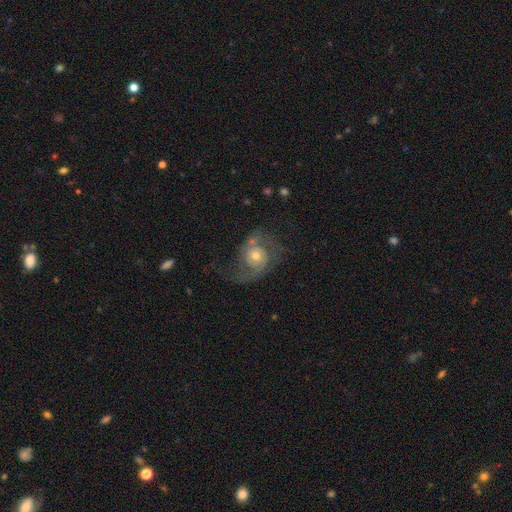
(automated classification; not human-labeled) A featured or disk galaxy (82%) with no bar (73%), 2 (86%) medium (47%) spiral arms (94%) and a moderate central bulge (59%).

Vote fractions:
- Smooth or featured? featured or disk: 82% / smooth: 11% / star or artifact: 7%
- Edge-on disk? no: 97% / yes: 3%
- Bar? no: 73% / weak: 23% / strong: 5%
- Spiral arms? yes: 94% / no: 6%
- Spiral winding? medium: 47% / loose: 33% / tight: 20%
- Spiral arm count? 2: 86% / can't tell: 5% / 1: 4% / 3: 2% / 4: 1% / more than 4: 1%
- Bulge size? moderate: 59% / small: 33% / large: 5% / none: 1% / dominant: 1%
- Merging? none: 61% / major disturbance: 19% / minor disturbance: 18% / merger: 3%